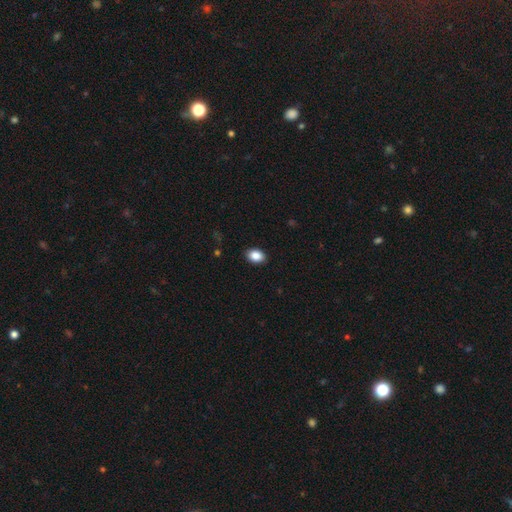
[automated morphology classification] A smooth galaxy with no disk features (88%) that is in between round and cigar-shaped (78%).

Vote fractions:
- Smooth or featured? smooth: 88% / star or artifact: 8% / featured or disk: 4%
- How rounded? in between: 78% / round: 21% / cigar-shaped: 1%
- Merging? none: 90% / minor disturbance: 8% / major disturbance: 2% / merger: 1%